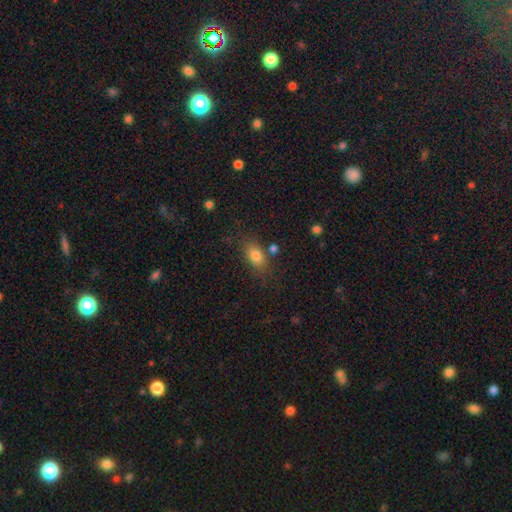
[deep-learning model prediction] This appears to be a smooth galaxy with no disk features (81%) that is in between round and cigar-shaped (82%). Merging: none (74%).